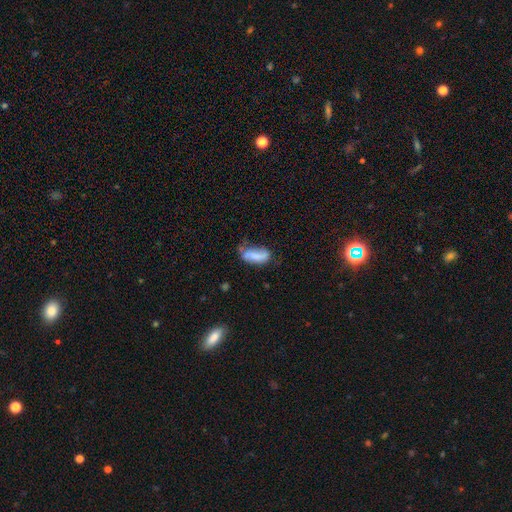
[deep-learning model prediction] smooth-or-featured: smooth: 66% | featured or disk: 25% | star or artifact: 8%
  how-rounded: in between: 80% | cigar-shaped: 17% | round: 3%
  merging: none: 39% | minor disturbance: 37% | major disturbance: 17% | merger: 7%